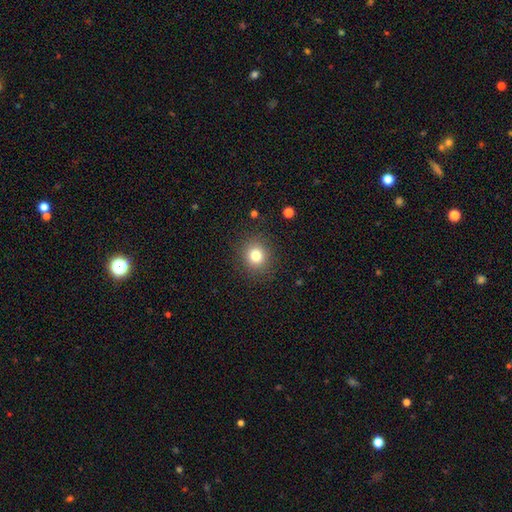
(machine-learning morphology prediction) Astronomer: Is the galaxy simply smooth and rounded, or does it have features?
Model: smooth — 80%.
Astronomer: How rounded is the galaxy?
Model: round — 86%.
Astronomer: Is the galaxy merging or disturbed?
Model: none — 88%.